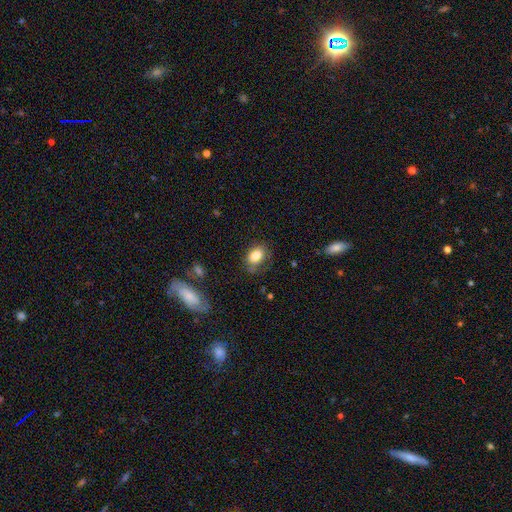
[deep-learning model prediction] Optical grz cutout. It shows a smooth galaxy with no disk features (82%) that is in between round and cigar-shaped (80%). Merging: none (69%).